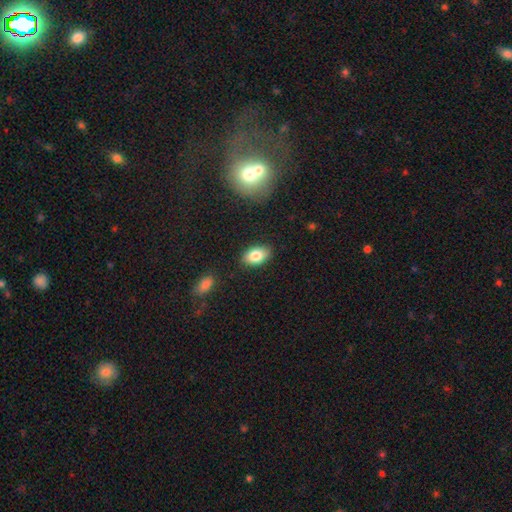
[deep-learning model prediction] smooth-or-featured: smooth: 82% | featured or disk: 9% | star or artifact: 8%
  how-rounded: in between: 89% | round: 9% | cigar-shaped: 2%
  merging: none: 86% | minor disturbance: 10% | major disturbance: 2% | merger: 2%